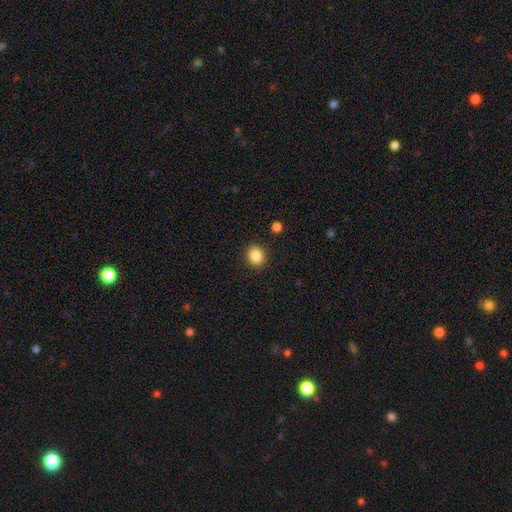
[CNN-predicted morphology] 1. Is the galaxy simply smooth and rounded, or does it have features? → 86% smooth, 10% star or artifact, 4% featured or disk.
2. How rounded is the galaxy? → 74% round, 25% in between, 1% cigar-shaped.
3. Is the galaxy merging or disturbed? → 89% none, 7% minor disturbance, 2% major disturbance, 2% merger.